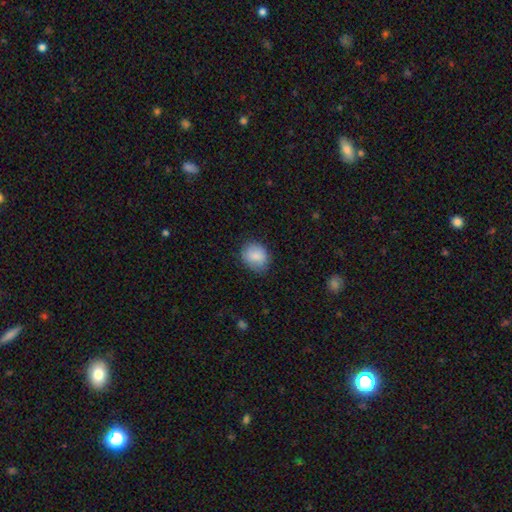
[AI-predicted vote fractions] The model was most divided on "how rounded": round: 61%, in between: 38%, cigar-shaped: 1%. More confident: smooth or featured — smooth (86%); merging — none (75%).